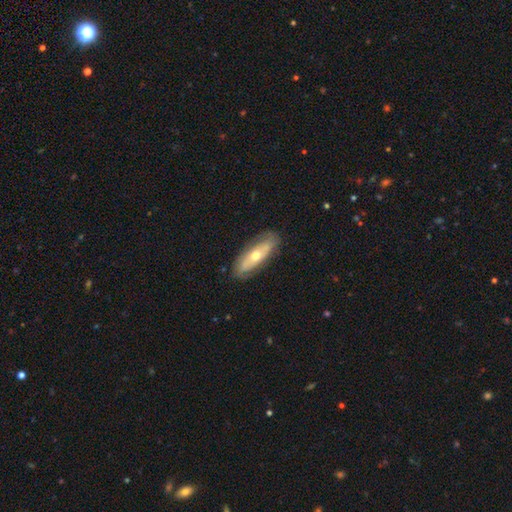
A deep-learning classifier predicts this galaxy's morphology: Overall: featured or disk (51%; smooth 43%). Edge-on disk: no (63%; yes 37%). Merging: none (82%).